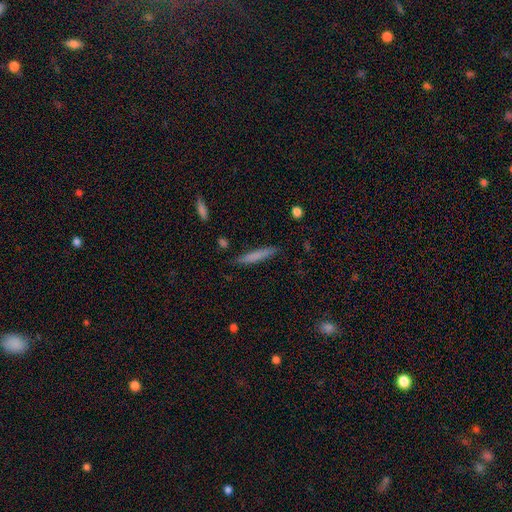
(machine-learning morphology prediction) smooth_or_featured: smooth (p=0.71) [alt: featured or disk p=0.23]
how_rounded: cigar-shaped (p=0.93) [alt: in between p=0.05]
merging: none (p=0.83) [alt: minor disturbance p=0.12]